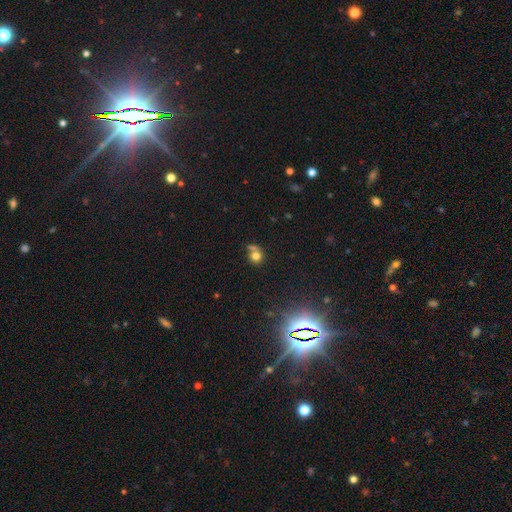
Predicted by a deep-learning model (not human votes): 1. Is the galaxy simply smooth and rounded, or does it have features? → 72% smooth, 16% star or artifact, 13% featured or disk.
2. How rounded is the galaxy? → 80% round, 19% in between, 1% cigar-shaped.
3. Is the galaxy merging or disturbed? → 45% none, 32% merger, 15% minor disturbance, 8% major disturbance.